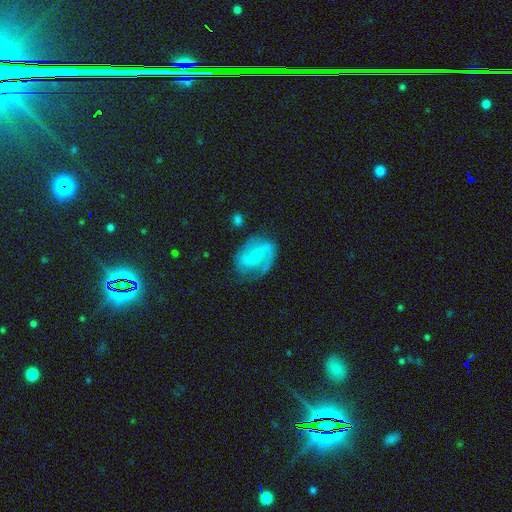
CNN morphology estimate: This is likely a featured or disk galaxy (79%). It is clearly not viewed edge-on (98%). Bar: possibly weak (49%). Spiral arm pattern: clearly yes (94%). Spiral arm count: likely 2 (80%). Spiral winding: possibly medium (52%). Central bulge: possibly small (50%). Merging: likely none (67%).